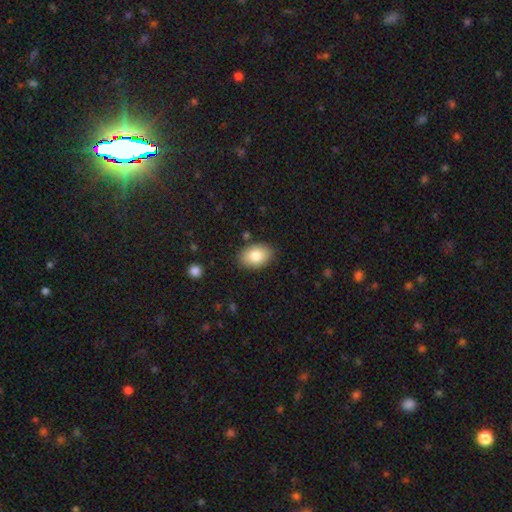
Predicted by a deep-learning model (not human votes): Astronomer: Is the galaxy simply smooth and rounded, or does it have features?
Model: smooth — 81%.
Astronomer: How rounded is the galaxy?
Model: in between — 85%.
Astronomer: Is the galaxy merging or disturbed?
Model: none — 85%.